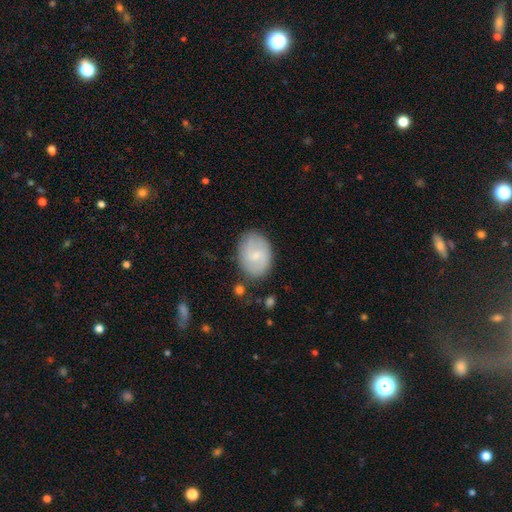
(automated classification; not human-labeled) This is possibly a smooth galaxy (54%). How rounded: likely in between (74%). Merging: likely none (78%).